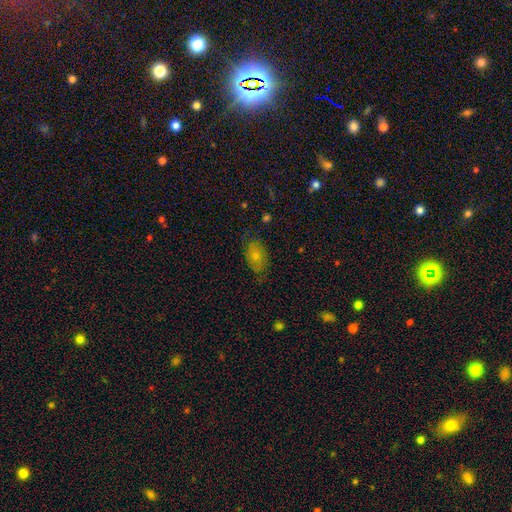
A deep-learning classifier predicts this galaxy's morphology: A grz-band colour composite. It shows a smooth galaxy with no disk features (71%) that is in between round and cigar-shaped (91%). Merging: none (72%).